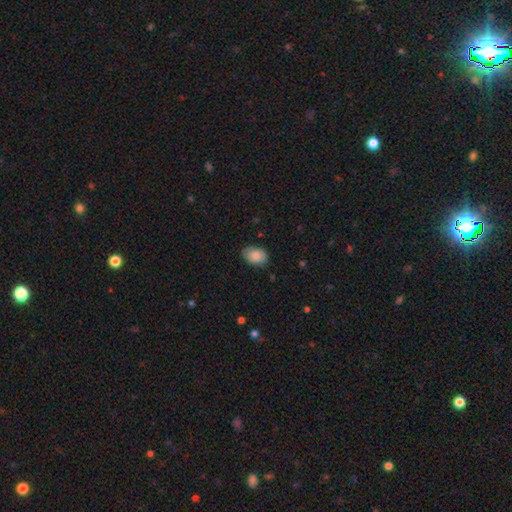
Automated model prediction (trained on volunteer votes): Q: Smooth or featured?
A: smooth (86%); runner-up: featured or disk (7%)
Q: How rounded?
A: in between (83%); runner-up: round (16%)
Q: Merging?
A: none (81%); runner-up: minor disturbance (15%)